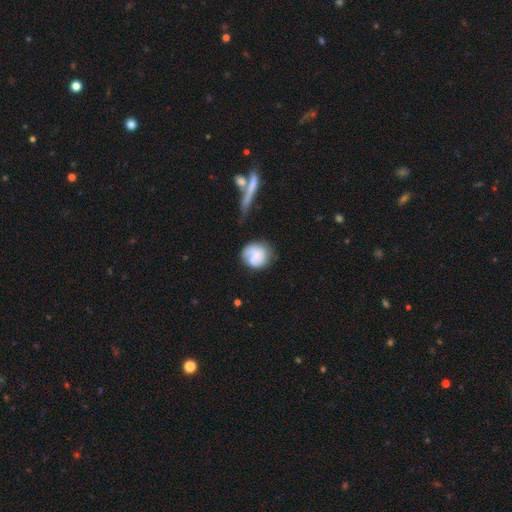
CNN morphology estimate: A smooth galaxy with no disk features (50%). Merging: none (58%).